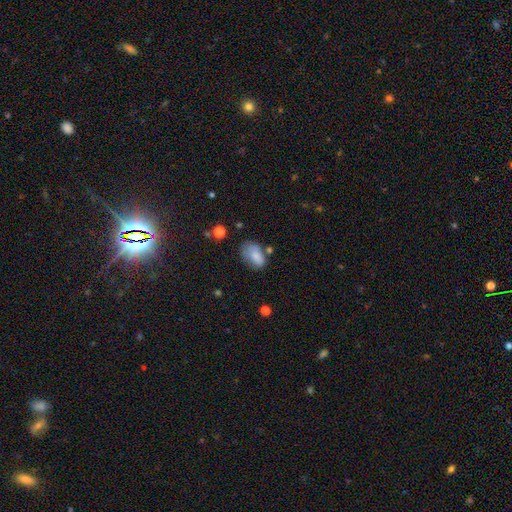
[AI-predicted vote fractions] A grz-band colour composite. It shows a smooth galaxy with no disk features (79%) that is in between round and cigar-shaped (89%). Merging: none (46%).